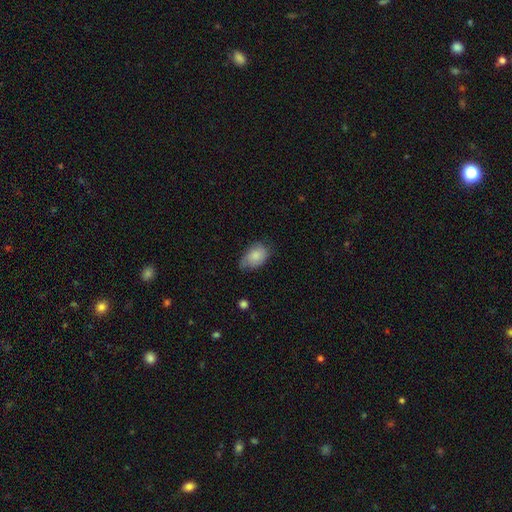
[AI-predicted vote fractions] Smooth or featured: smooth — 81% (featured or disk — 12%)
How rounded: in between — 86% (round — 12%)
Merging: none — 52% (minor disturbance — 37%)